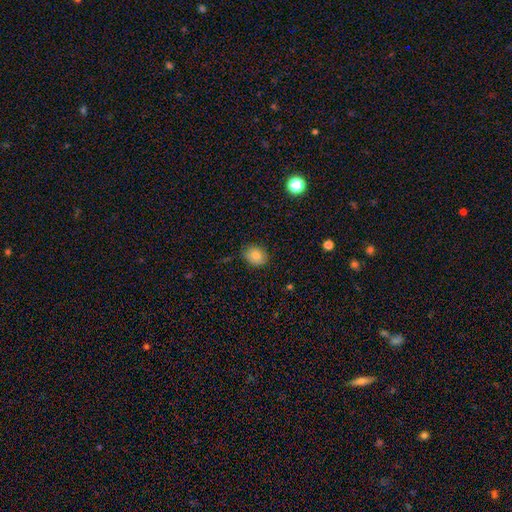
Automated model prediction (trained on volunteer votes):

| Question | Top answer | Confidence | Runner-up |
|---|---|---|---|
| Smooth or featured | smooth | 83% | star or artifact (9%) |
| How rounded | round | 50% | in between (49%) |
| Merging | none | 80% | minor disturbance (15%) |